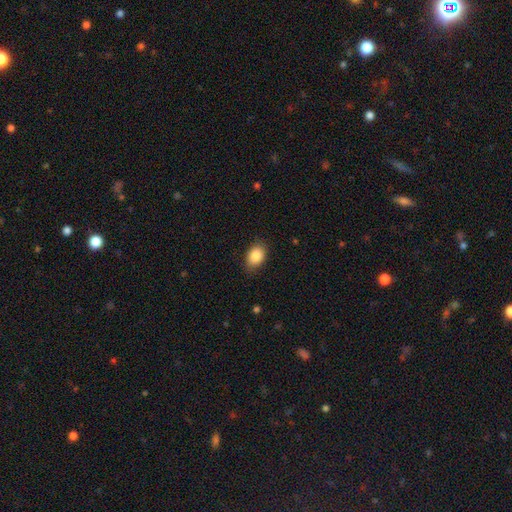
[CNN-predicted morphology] The model was most divided on "how rounded": in between: 81%, round: 17%, cigar-shaped: 1%. More confident: smooth or featured — smooth (88%); merging — none (82%).